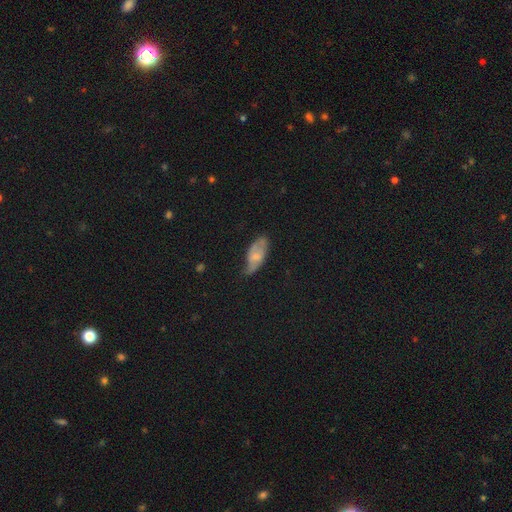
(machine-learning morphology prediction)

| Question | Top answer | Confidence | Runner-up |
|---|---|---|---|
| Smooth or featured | smooth | 48% | featured or disk (44%) |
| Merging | none | 52% | minor disturbance (35%) |